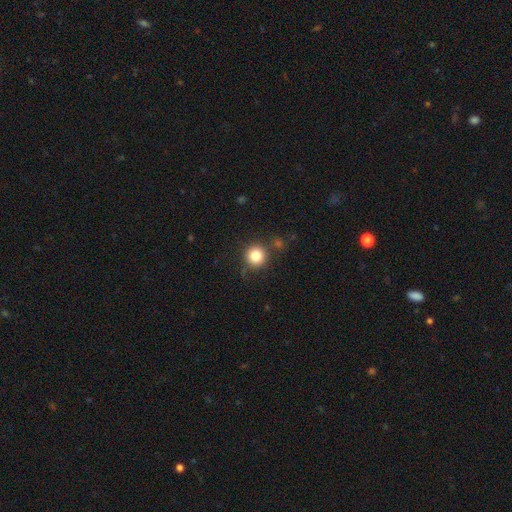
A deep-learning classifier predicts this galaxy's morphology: Smooth or featured? Predicted: smooth (p=0.83). How rounded? Predicted: round (p=0.94). Merging? Predicted: none (p=0.81).